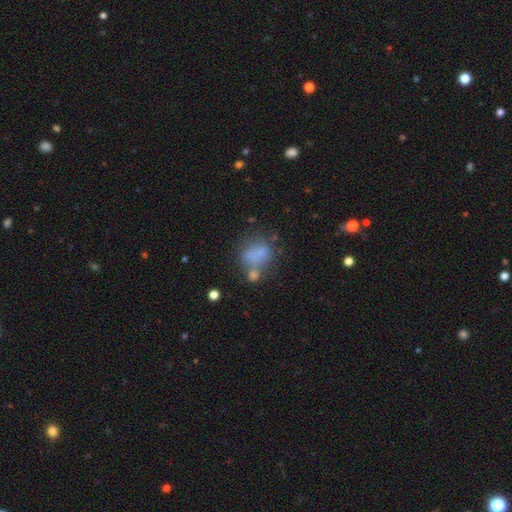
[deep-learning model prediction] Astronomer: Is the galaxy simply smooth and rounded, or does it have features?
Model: smooth — 65%.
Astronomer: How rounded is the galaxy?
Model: round — 53% (runner-up: in between, 46%).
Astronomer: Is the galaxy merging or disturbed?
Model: none — 37% (runner-up: merger, 30%).